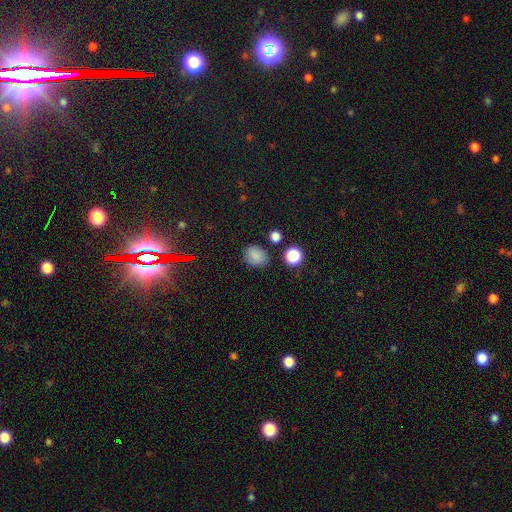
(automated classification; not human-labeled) The model was most divided on "how rounded": round: 59%, in between: 40%, cigar-shaped: 1%. More confident: smooth or featured — smooth (82%); merging — none (80%).